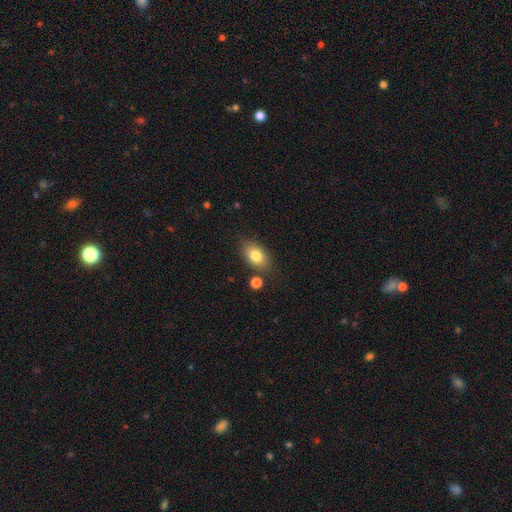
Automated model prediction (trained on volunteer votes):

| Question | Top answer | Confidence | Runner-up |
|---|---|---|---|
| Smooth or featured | smooth | 81% | featured or disk (11%) |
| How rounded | in between | 85% | round (13%) |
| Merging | none | 77% | minor disturbance (13%) |